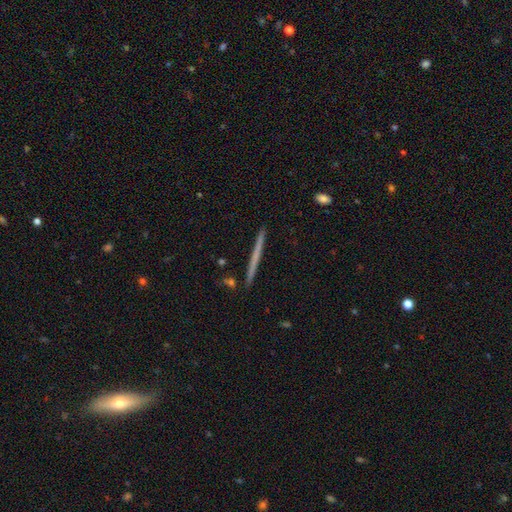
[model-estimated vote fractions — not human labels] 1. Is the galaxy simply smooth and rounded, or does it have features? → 49% featured or disk, 45% smooth, 5% star or artifact.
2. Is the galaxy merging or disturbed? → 92% none, 5% minor disturbance, 1% merger, 1% major disturbance.